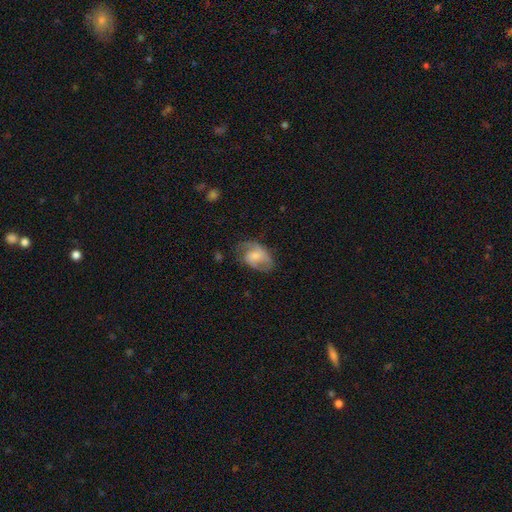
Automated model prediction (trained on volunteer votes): Smooth or featured?
  - featured or disk: 50% *
  - smooth: 42%
  - star or artifact: 7%
Edge-on disk?
  - no: 96% *
  - yes: 4%
Merging?
  - none: 52% *
  - minor disturbance: 27%
  - major disturbance: 19%
  - merger: 2%